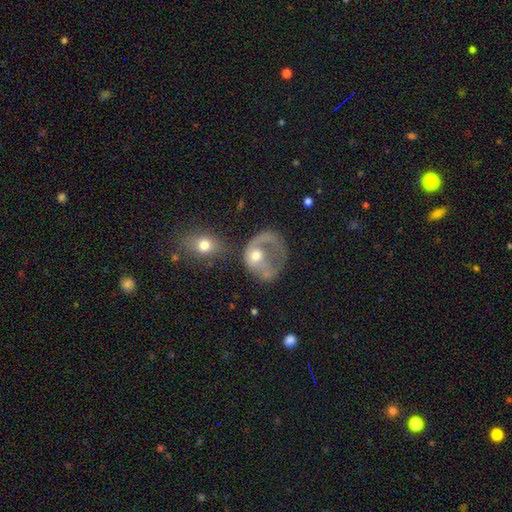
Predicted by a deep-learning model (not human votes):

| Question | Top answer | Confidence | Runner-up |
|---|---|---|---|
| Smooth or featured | featured or disk | 54% | smooth (38%) |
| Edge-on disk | no | 97% | yes (3%) |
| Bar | no | 83% | weak (14%) |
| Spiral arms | no | 62% | yes (38%) |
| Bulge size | moderate | 62% | small (22%) |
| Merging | major disturbance | 46% | none (20%) |